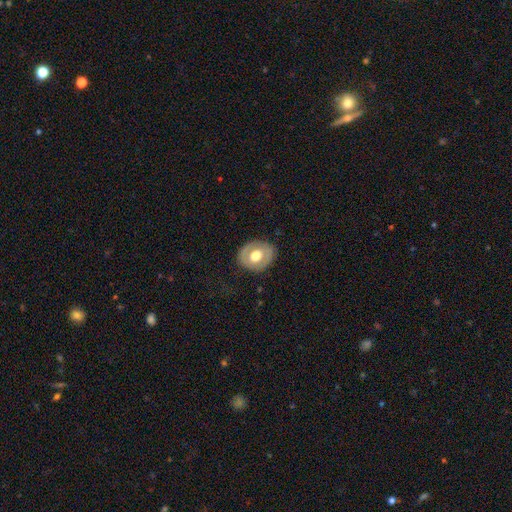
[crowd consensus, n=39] Q: Smooth or featured?
A: smooth (49%); tied with: featured or disk (49%)
Q: How rounded?
A: round (68%); runner-up: in between (26%)
Q: Merging?
A: none (76%); runner-up: minor disturbance (18%)